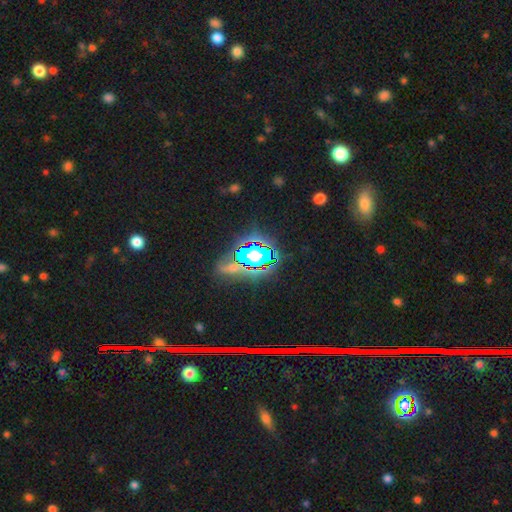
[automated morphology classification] Smooth or featured: star or artifact — 59% (smooth — 23%)